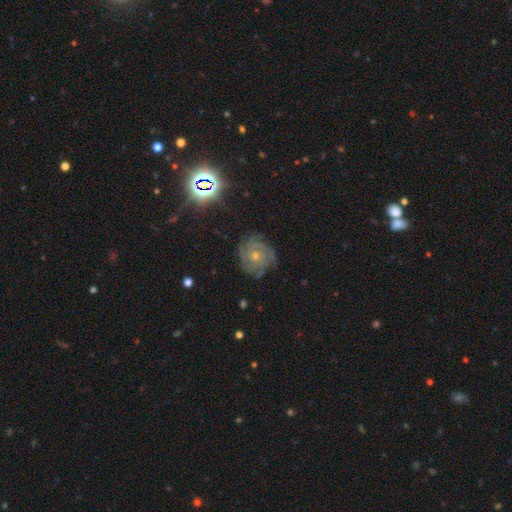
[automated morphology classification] Q: Smooth or featured?
A: featured or disk (80%); runner-up: smooth (10%)
Q: Edge-on disk?
A: no (97%); runner-up: yes (3%)
Q: Bar?
A: no (80%); runner-up: weak (17%)
Q: Spiral arms?
A: yes (96%); runner-up: no (4%)
Q: Spiral winding?
A: tight (71%); runner-up: medium (24%)
Q: Spiral arm count?
A: can't tell (27%); runner-up: 4 (26%)
Q: Bulge size?
A: small (54%); runner-up: moderate (43%)
Q: Merging?
A: none (79%); runner-up: minor disturbance (15%)